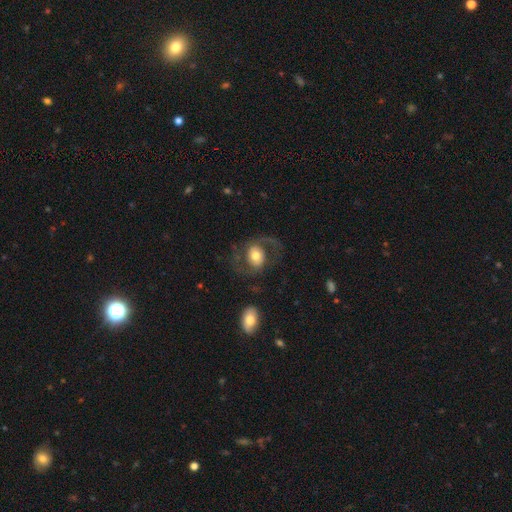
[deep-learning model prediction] This is likely a featured or disk galaxy (71%). It is clearly not viewed edge-on (97%). Bar: likely no (61%). Spiral arm pattern: clearly yes (88%). Spiral arm count: clearly 2 (87%). Spiral winding: possibly medium (47%). Central bulge: likely moderate (61%). Merging: likely none (63%).